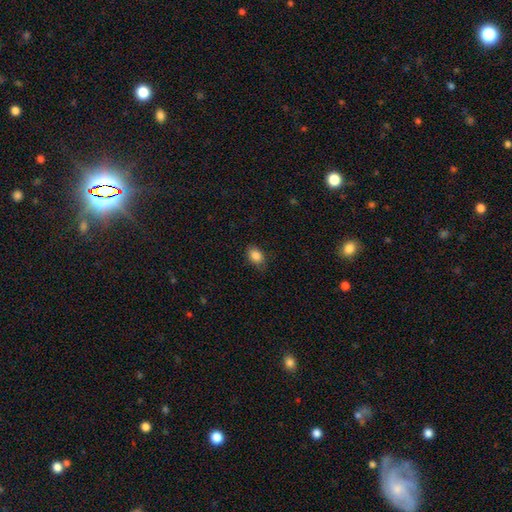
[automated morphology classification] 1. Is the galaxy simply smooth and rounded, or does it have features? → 86% smooth, 9% star or artifact, 5% featured or disk.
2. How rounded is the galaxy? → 78% in between, 21% round, 1% cigar-shaped.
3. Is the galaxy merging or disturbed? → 79% none, 17% minor disturbance, 3% major disturbance, 1% merger.